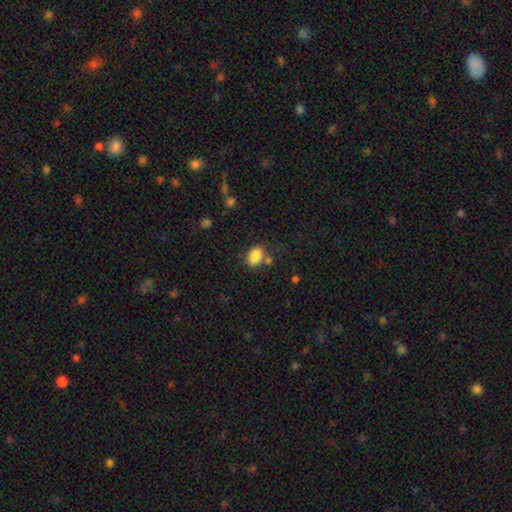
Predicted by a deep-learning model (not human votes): smooth 85%, star or artifact 9%, featured or disk 5%. Down the decision tree: how rounded — in between (81%); merging — none (65%).